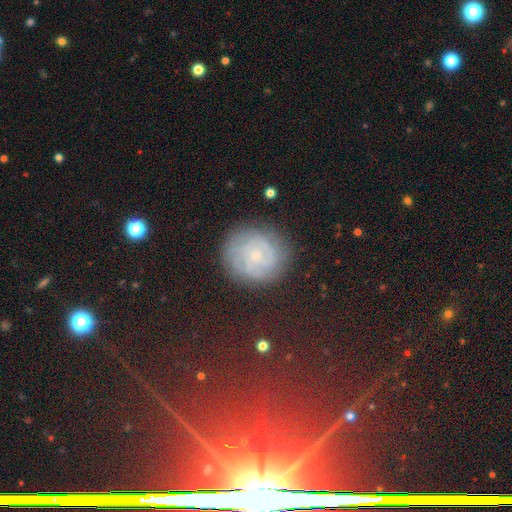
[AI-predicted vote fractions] Q: Smooth or featured?
A: featured or disk (72%); runner-up: smooth (17%)
Q: Edge-on disk?
A: no (98%); runner-up: yes (2%)
Q: Bar?
A: no (72%); runner-up: weak (23%)
Q: Spiral arms?
A: yes (94%); runner-up: no (6%)
Q: Spiral winding?
A: tight (73%); runner-up: medium (22%)
Q: Spiral arm count?
A: can't tell (37%); runner-up: 2 (20%)
Q: Bulge size?
A: small (83%); runner-up: moderate (12%)
Q: Merging?
A: none (82%); runner-up: minor disturbance (13%)